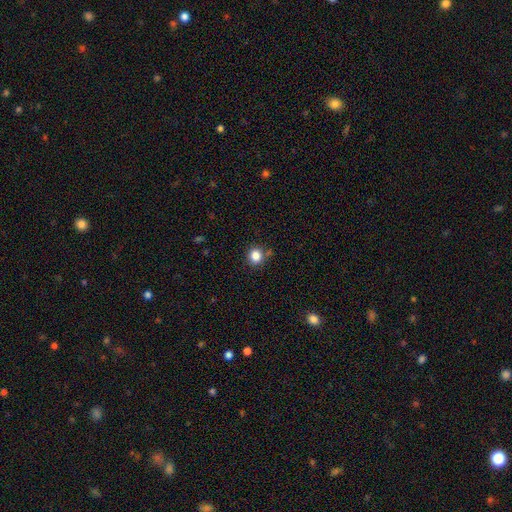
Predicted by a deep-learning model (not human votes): Q: Smooth or featured?
A: smooth (83%); runner-up: star or artifact (12%)
Q: How rounded?
A: round (86%); runner-up: in between (13%)
Q: Merging?
A: none (80%); runner-up: minor disturbance (12%)